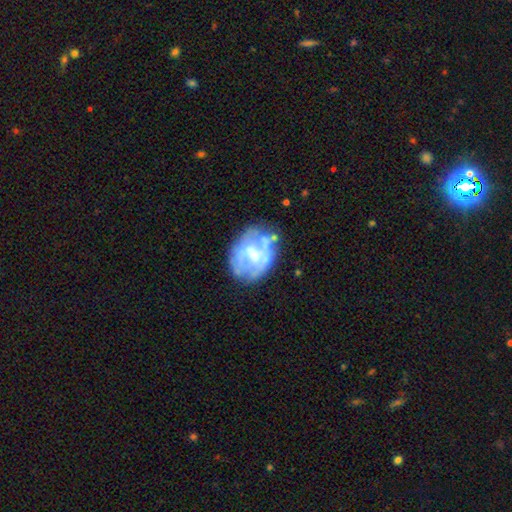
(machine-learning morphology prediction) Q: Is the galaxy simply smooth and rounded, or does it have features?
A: featured or disk — 62%.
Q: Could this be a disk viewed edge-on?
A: no — 97%.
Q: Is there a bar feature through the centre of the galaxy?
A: no — 49%.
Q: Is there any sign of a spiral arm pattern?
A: no — 56%.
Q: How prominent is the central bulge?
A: moderate — 46%.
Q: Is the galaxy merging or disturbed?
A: none — 54%.